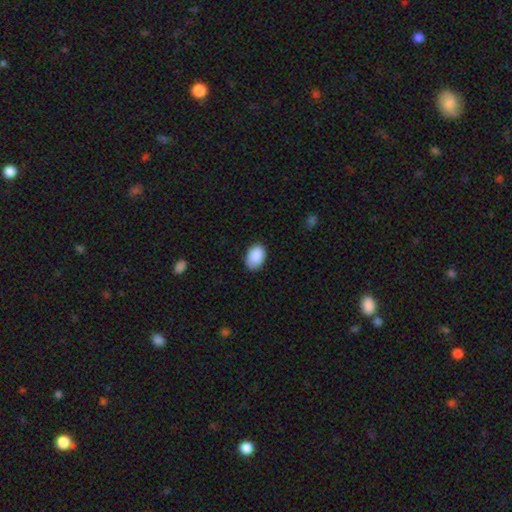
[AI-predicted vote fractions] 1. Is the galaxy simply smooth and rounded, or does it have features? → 90% smooth, 7% star or artifact, 3% featured or disk.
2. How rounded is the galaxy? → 85% in between, 14% round, 1% cigar-shaped.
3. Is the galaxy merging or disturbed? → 83% none, 14% minor disturbance, 2% major disturbance, 1% merger.